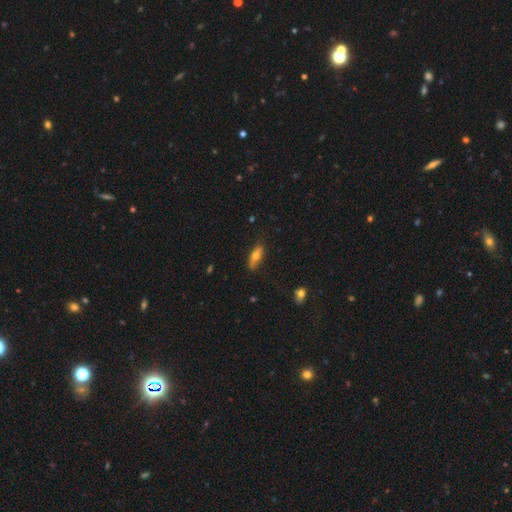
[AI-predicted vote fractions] smooth 59%, featured or disk 33%, star or artifact 7%. Down the decision tree: how rounded — in between (54%); merging — none (79%).